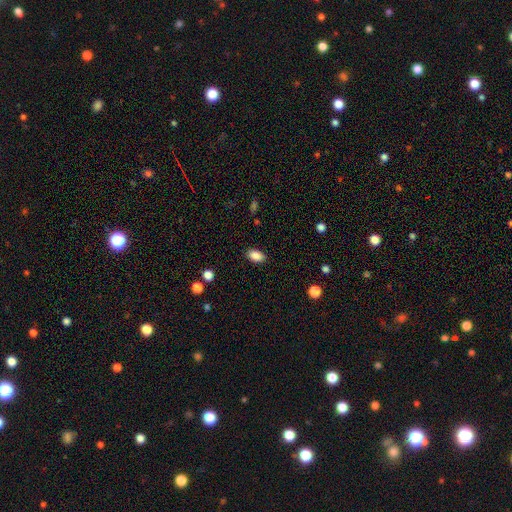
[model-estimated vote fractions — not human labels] A smooth galaxy with no disk features (88%) that is in between round and cigar-shaped (91%).

Vote fractions:
- Smooth or featured? smooth: 88% / star or artifact: 8% / featured or disk: 4%
- How rounded? in between: 91% / round: 7% / cigar-shaped: 2%
- Merging? none: 88% / minor disturbance: 9% / major disturbance: 2% / merger: 1%